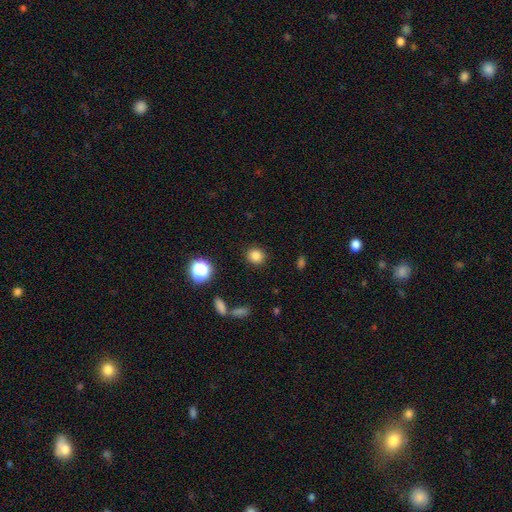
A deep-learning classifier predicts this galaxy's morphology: This appears to be a smooth galaxy with no disk features (83%) that is round (84%). Merging: none (89%).